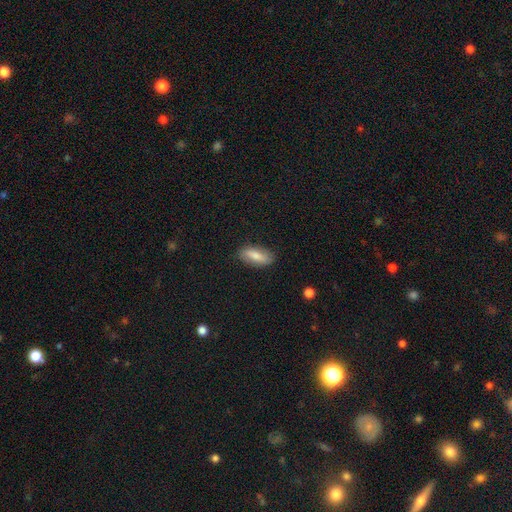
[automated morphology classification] smooth-or-featured: smooth: 78% | featured or disk: 15% | star or artifact: 6%
  how-rounded: in between: 73% | cigar-shaped: 24% | round: 3%
  merging: none: 84% | minor disturbance: 12% | major disturbance: 3% | merger: 1%